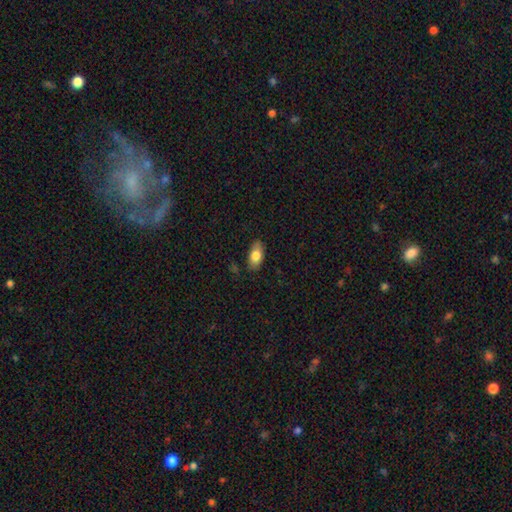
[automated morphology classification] Smooth or featured?
  - smooth: 80% *
  - featured or disk: 14%
  - star or artifact: 7%
How rounded?
  - in between: 91% *
  - cigar-shaped: 5%
  - round: 4%
Merging?
  - none: 83% *
  - minor disturbance: 13%
  - major disturbance: 3%
  - merger: 1%